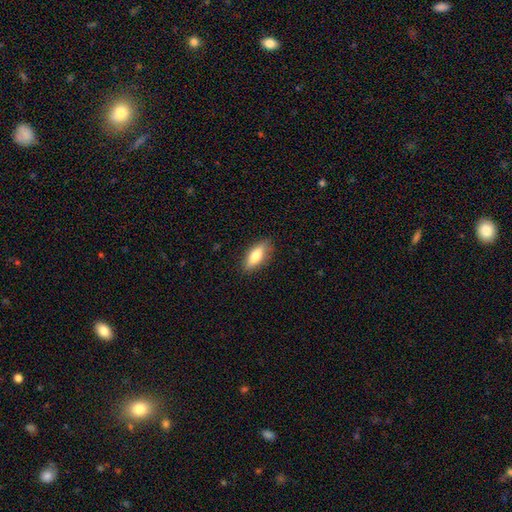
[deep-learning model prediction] Morphology: type=smooth (73%); roundness=in between (65%); merging=none (86%).